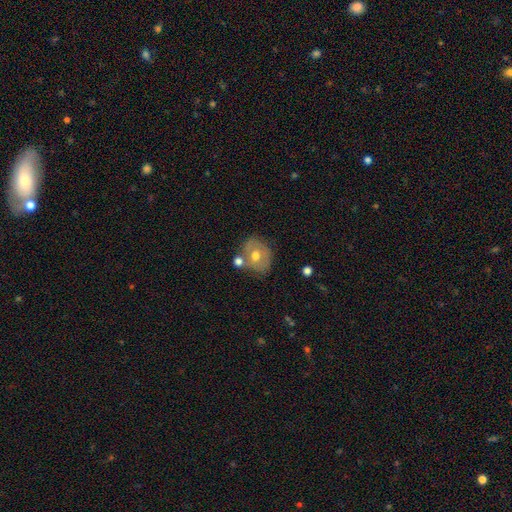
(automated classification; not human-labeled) Smooth or featured? smooth (54%)
How rounded? round (70%)
Merging? none (59%)